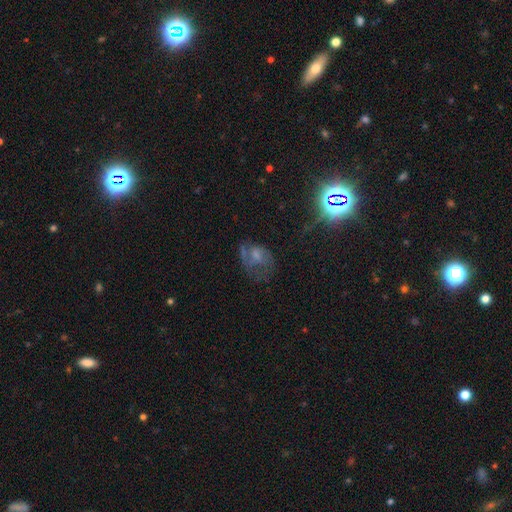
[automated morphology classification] A featured or disk galaxy (42%).

Vote fractions:
- Smooth or featured? featured or disk: 42% / smooth: 38% / star or artifact: 20%
- Merging? major disturbance: 37% / none: 35% / minor disturbance: 23% / merger: 4%